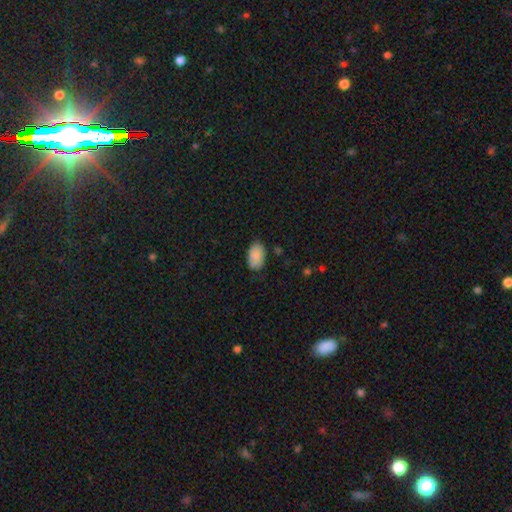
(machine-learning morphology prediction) smooth-or-featured: smooth: 88% | star or artifact: 7% | featured or disk: 5%
  how-rounded: in between: 93% | round: 5% | cigar-shaped: 1%
  merging: none: 80% | minor disturbance: 16% | major disturbance: 3% | merger: 2%